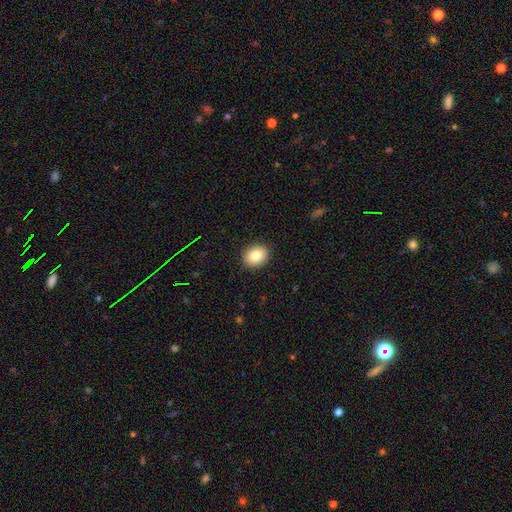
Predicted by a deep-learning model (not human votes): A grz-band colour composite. It shows a smooth galaxy with no disk features (82%) that is round (54%). Merging: none (90%).